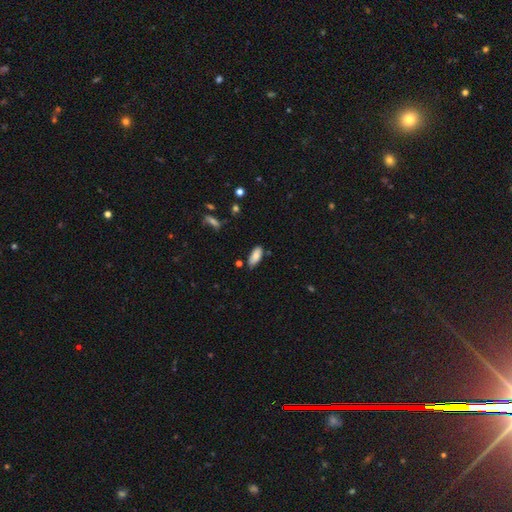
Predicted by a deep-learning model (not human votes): Q: Smooth or featured?
A: smooth (80%); runner-up: featured or disk (13%)
Q: How rounded?
A: in between (84%); runner-up: cigar-shaped (14%)
Q: Merging?
A: none (77%); runner-up: minor disturbance (18%)